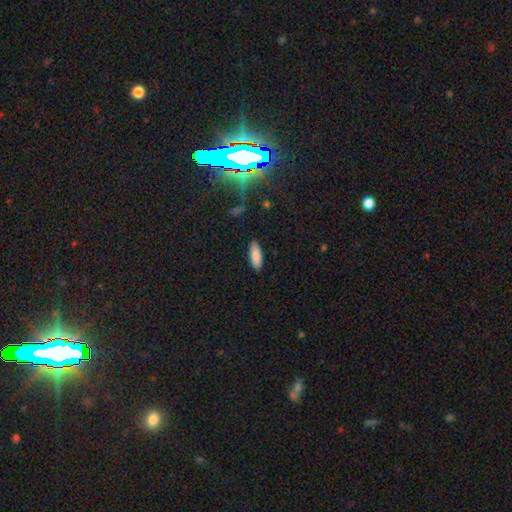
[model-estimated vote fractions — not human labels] Q: Smooth or featured?
A: smooth (87%); runner-up: star or artifact (7%)
Q: How rounded?
A: in between (61%); runner-up: cigar-shaped (37%)
Q: Merging?
A: none (88%); runner-up: minor disturbance (9%)